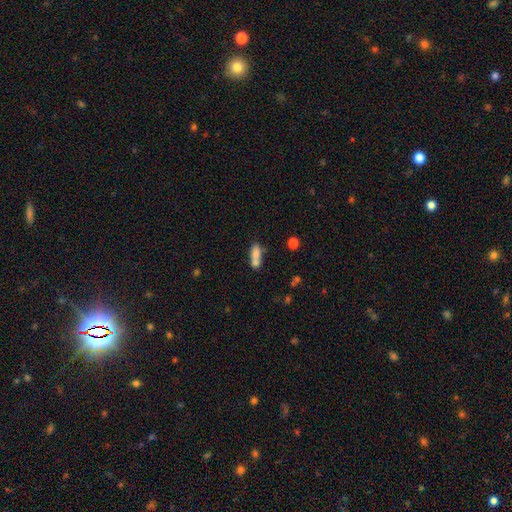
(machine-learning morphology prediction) A smooth galaxy with no disk features (75%) that is in between round and cigar-shaped (61%).

Vote fractions:
- Smooth or featured? smooth: 75% / featured or disk: 15% / star or artifact: 10%
- How rounded? in between: 61% / cigar-shaped: 34% / round: 5%
- Merging? merger: 40% / none: 39% / minor disturbance: 15% / major disturbance: 6%